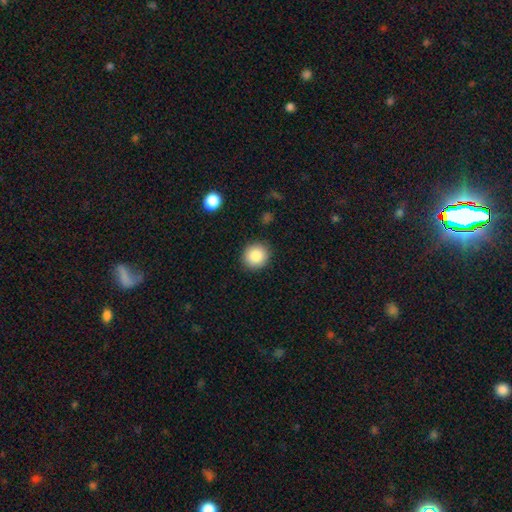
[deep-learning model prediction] A smooth galaxy with no disk features (85%) that is round (89%). Merging: none (90%).